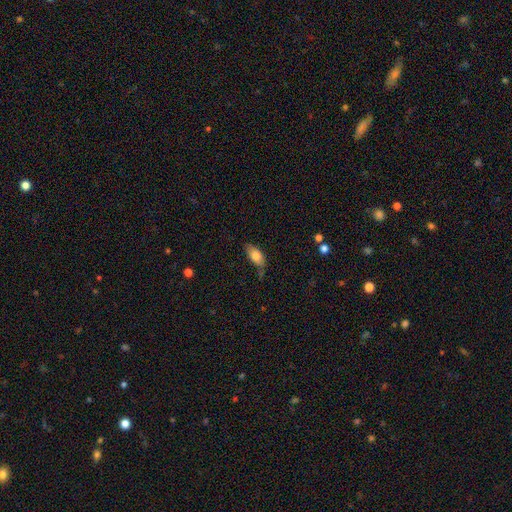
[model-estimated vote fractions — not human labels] A smooth galaxy with no disk features (80%) that is in between round and cigar-shaped (88%). Merging: none (60%).